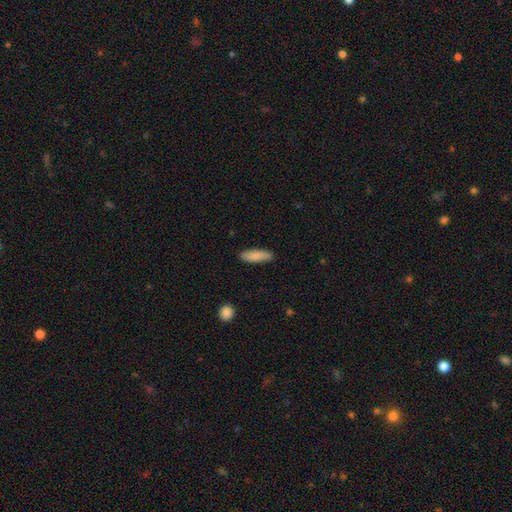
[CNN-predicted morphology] A smooth galaxy with no disk features (86%) that is cigar-shaped (52%).

Vote fractions:
- Smooth or featured? smooth: 86% / featured or disk: 9% / star or artifact: 6%
- How rounded? cigar-shaped: 52% / in between: 46% / round: 2%
- Merging? none: 87% / minor disturbance: 10% / major disturbance: 2% / merger: 1%